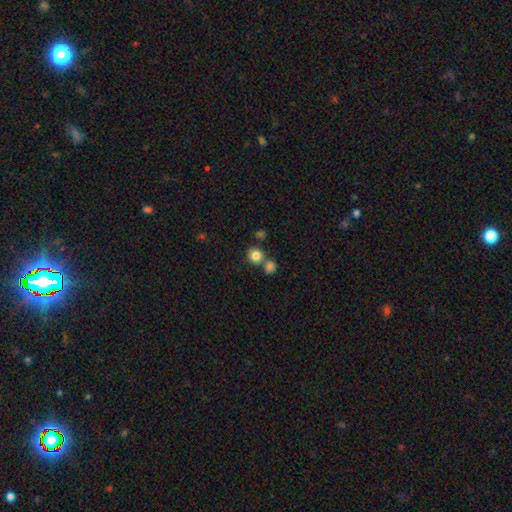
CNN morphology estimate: Smooth or featured: smooth — 83% (star or artifact — 11%)
How rounded: round — 89% (in between — 10%)
Merging: none — 65% (merger — 24%)